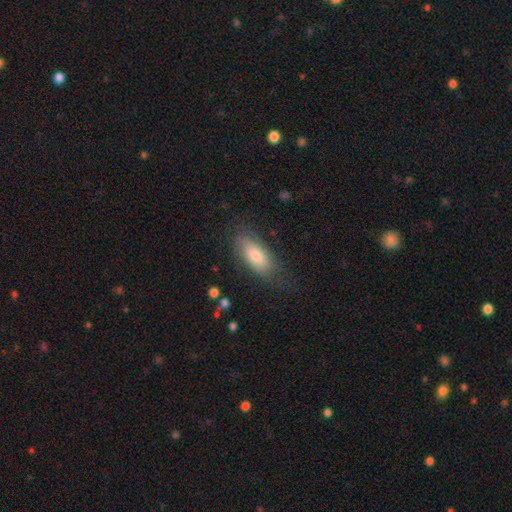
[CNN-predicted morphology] Smooth or featured: smooth — 68% (featured or disk — 25%)
How rounded: in between — 83% (cigar-shaped — 14%)
Merging: none — 66% (minor disturbance — 22%)